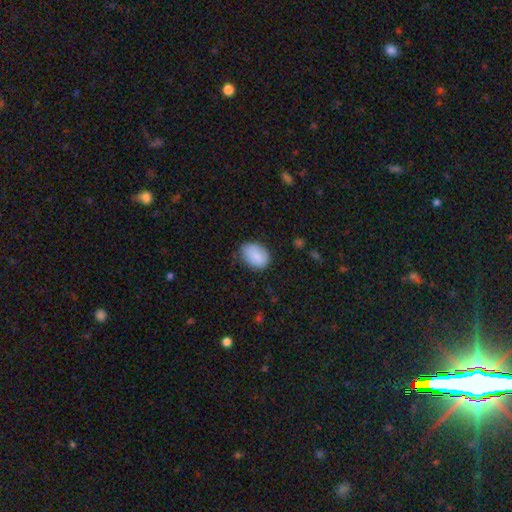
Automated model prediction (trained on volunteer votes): smooth-or-featured: smooth: 85% | featured or disk: 8% | star or artifact: 7%
  how-rounded: in between: 77% | round: 21% | cigar-shaped: 1%
  merging: none: 68% | minor disturbance: 26% | major disturbance: 5% | merger: 1%